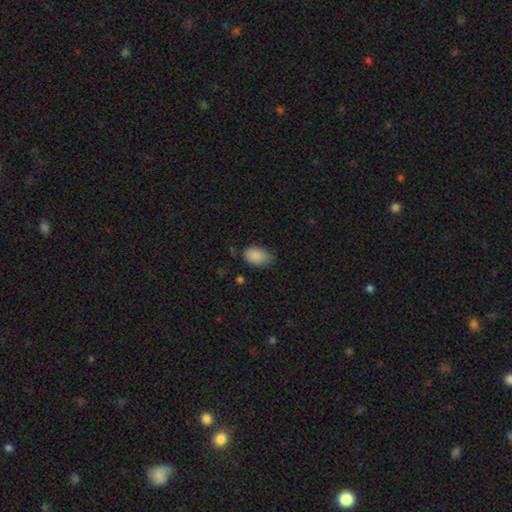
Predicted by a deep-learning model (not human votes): Smooth or featured?
  - smooth: 87% *
  - star or artifact: 8%
  - featured or disk: 5%
How rounded?
  - in between: 86% *
  - round: 13%
  - cigar-shaped: 1%
Merging?
  - none: 59% *
  - minor disturbance: 33%
  - major disturbance: 6%
  - merger: 2%